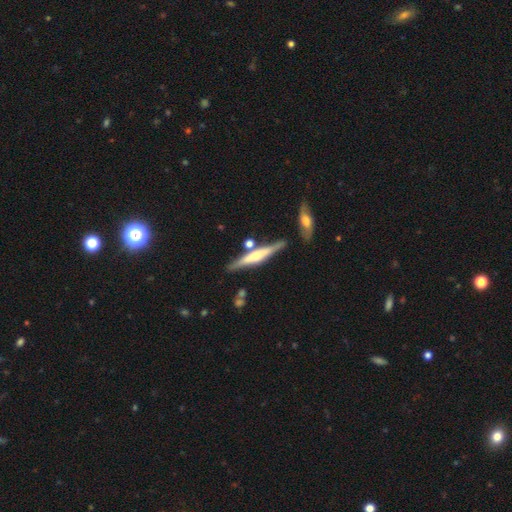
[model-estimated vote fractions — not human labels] The model was most divided on "edge-on bulge": rounded: 50%, boxy: 31%, none: 19%. More confident: edge-on disk — yes (95%); merging — none (76%); smooth or featured — featured or disk (59%).